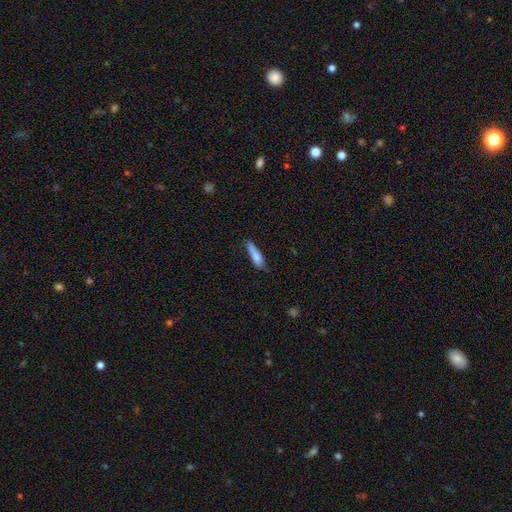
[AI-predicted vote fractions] Overall: smooth (78%). How rounded: cigar-shaped (76%). Merging: none (64%; minor disturbance 27%).